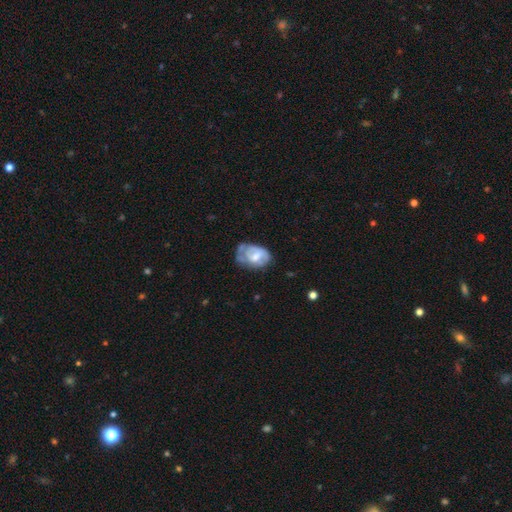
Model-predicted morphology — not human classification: Smooth or featured: featured or disk — 53% (smooth — 40%)
Edge-on disk: no — 96% (yes — 4%)
Bar: no — 45% (weak — 42%)
Spiral arms: no — 50% (tied with yes — 50%)
Bulge size: moderate — 43% (small — 26%)
Merging: none — 38% (minor disturbance — 35%)